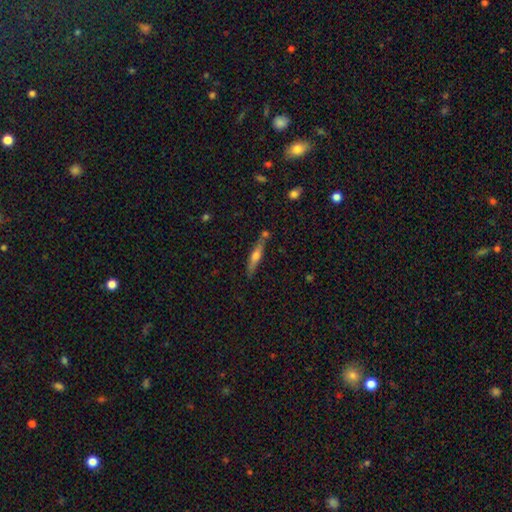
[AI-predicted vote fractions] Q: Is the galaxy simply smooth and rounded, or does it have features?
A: featured or disk — 58%.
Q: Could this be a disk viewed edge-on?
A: yes — 95%.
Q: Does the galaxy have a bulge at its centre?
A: rounded — 86%.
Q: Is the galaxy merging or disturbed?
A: none — 78%.